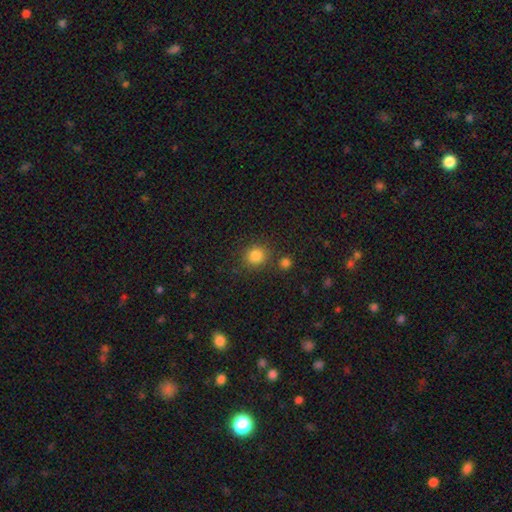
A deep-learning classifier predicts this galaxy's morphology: Overall: smooth (84%). How rounded: round (85%). Merging: none (80%).